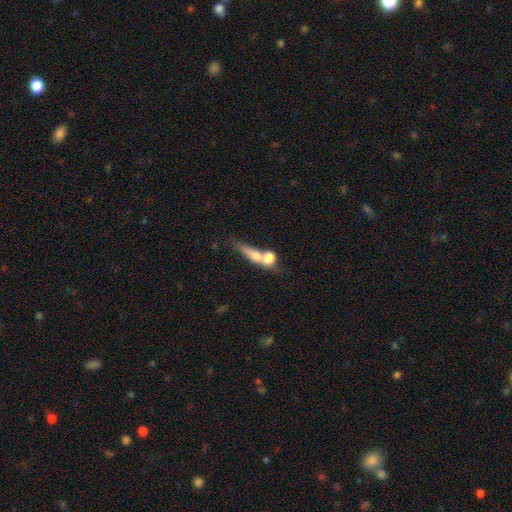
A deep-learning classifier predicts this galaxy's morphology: smooth 62%, featured or disk 29%, star or artifact 10%. Down the decision tree: how rounded — cigar-shaped (39%); merging — merger (52%).